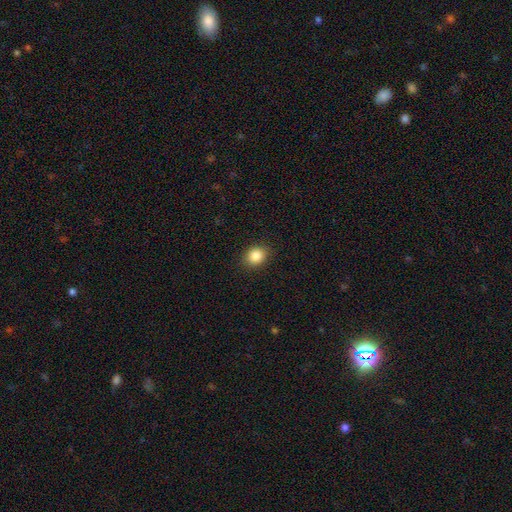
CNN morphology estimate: A smooth galaxy with no disk features (86%) that is round (53%).

Vote fractions:
- Smooth or featured? smooth: 86% / star or artifact: 10% / featured or disk: 5%
- How rounded? round: 53% / in between: 46% / cigar-shaped: 1%
- Merging? none: 89% / minor disturbance: 8% / major disturbance: 2% / merger: 1%